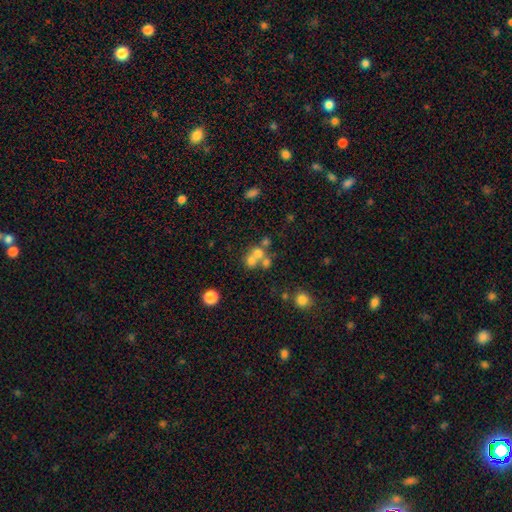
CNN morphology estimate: This appears to be a smooth galaxy with no disk features (61%) that is round (77%). Merging: merger (54%).